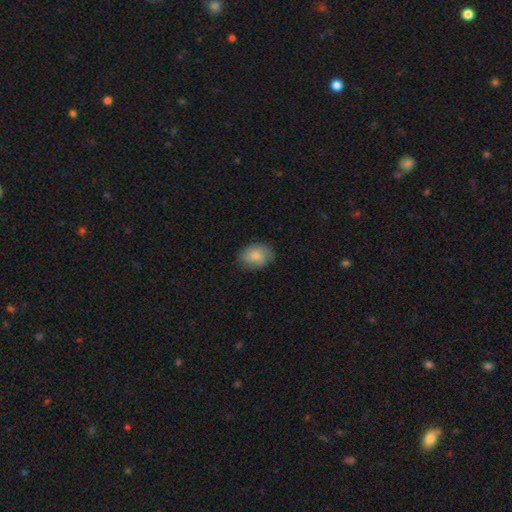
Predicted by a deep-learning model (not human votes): This is likely a smooth galaxy (77%). How rounded: likely in between (68%). Merging: likely none (73%).